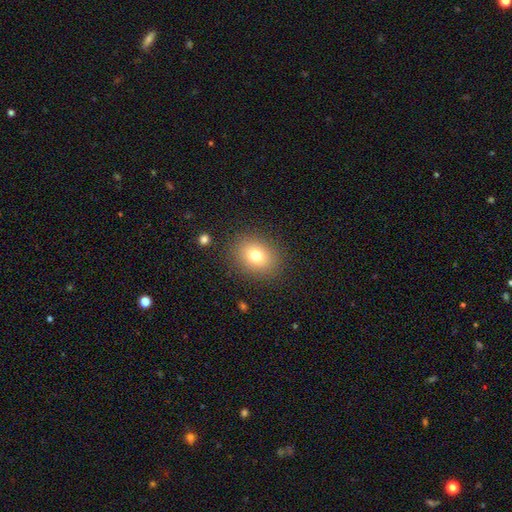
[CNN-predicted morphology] Smooth or featured? smooth (76%)
How rounded? round (54%)
Merging? none (87%)